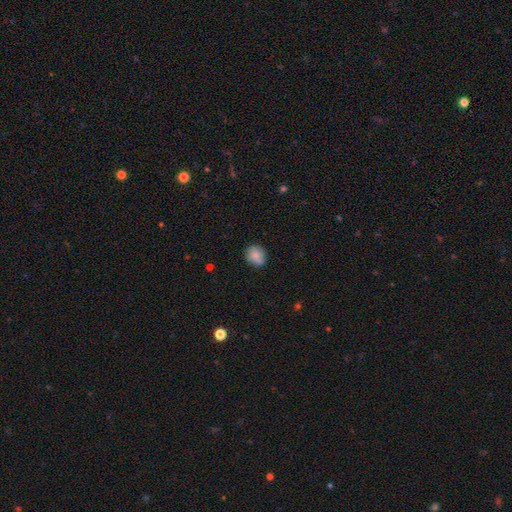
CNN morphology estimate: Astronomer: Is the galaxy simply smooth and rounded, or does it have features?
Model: smooth — 82%.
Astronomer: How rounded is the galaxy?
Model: round — 70%.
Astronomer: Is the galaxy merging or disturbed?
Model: none — 74%.